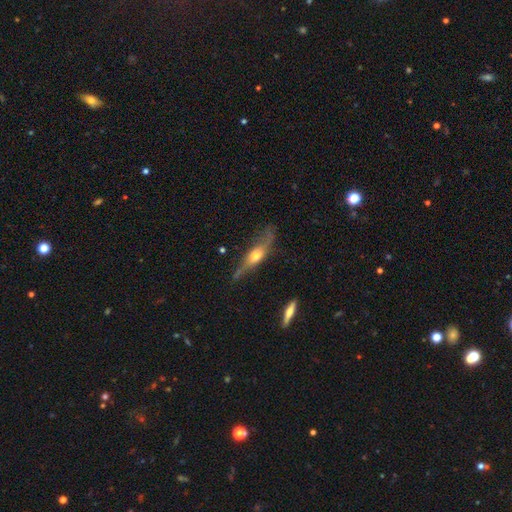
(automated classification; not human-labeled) Smooth or featured?
  - featured or disk: 54% *
  - smooth: 38%
  - star or artifact: 8%
Edge-on disk?
  - yes: 69% *
  - no: 31%
Merging?
  - none: 52% *
  - minor disturbance: 27%
  - major disturbance: 17%
  - merger: 4%